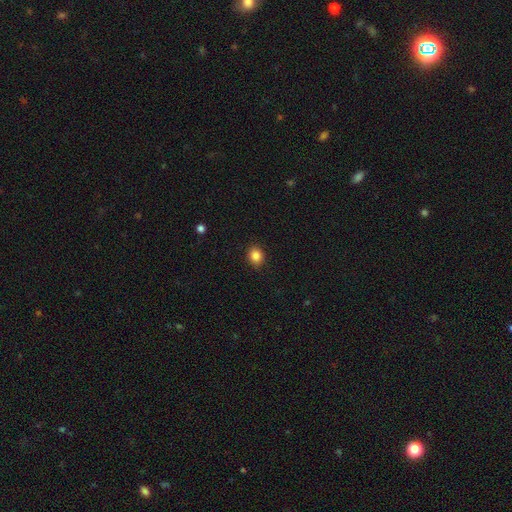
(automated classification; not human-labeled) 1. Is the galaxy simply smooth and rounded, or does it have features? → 85% smooth, 10% star or artifact, 5% featured or disk.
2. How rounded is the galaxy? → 66% round, 33% in between, 1% cigar-shaped.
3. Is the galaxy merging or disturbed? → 88% none, 9% minor disturbance, 2% major disturbance, 1% merger.